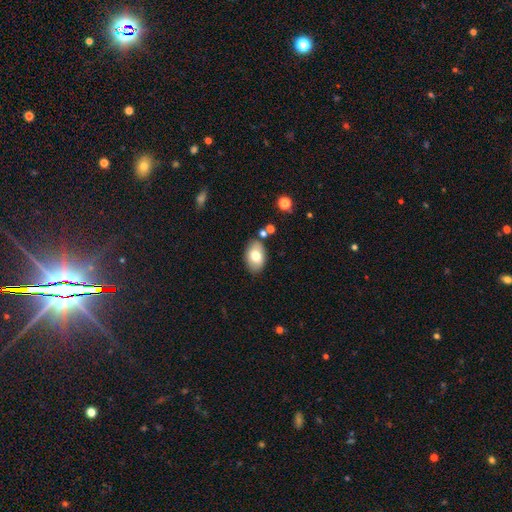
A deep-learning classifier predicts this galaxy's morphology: type=smooth (76%); roundness=in between (88%); merging=none (79%).